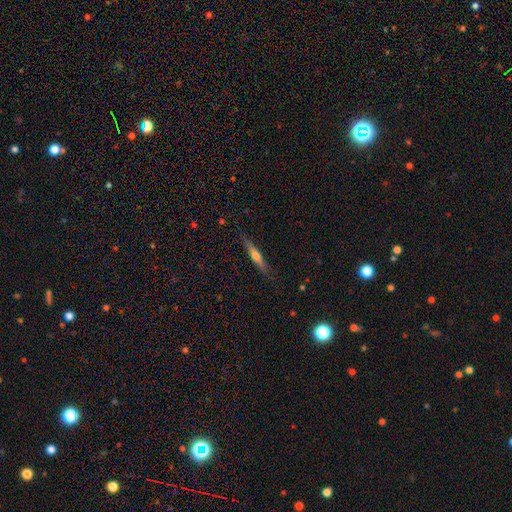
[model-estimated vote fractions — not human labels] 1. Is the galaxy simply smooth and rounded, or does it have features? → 54% featured or disk, 40% smooth, 6% star or artifact.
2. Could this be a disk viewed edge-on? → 95% yes, 5% no.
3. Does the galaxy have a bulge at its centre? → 82% rounded, 13% none, 5% boxy.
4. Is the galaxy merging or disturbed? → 85% none, 12% minor disturbance, 2% major disturbance, 1% merger.